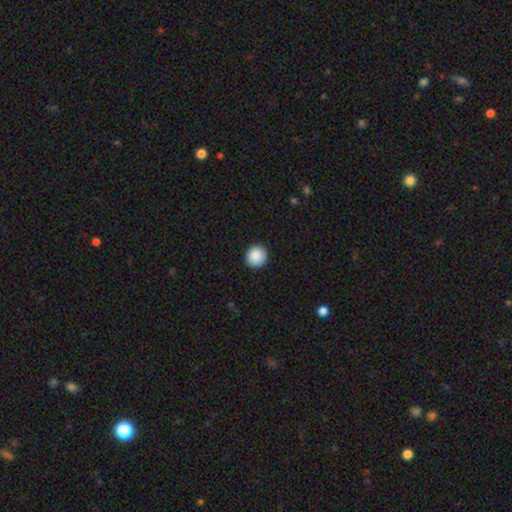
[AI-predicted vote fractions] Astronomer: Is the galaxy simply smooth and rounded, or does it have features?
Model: smooth — 89%.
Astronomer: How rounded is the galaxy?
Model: round — 92%.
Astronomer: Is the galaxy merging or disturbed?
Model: none — 92%.